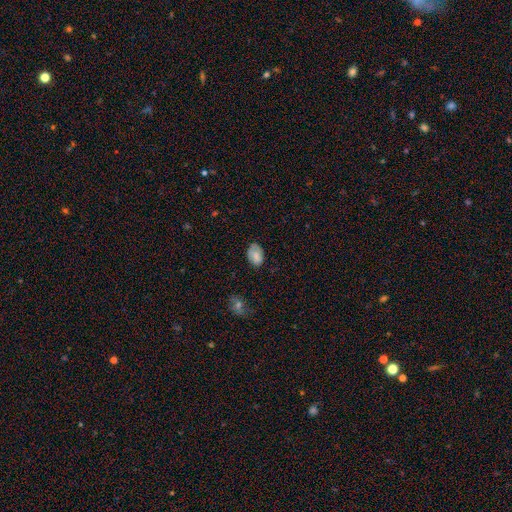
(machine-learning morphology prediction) type=smooth (78%); roundness=in between (88%); merging=none (68%).